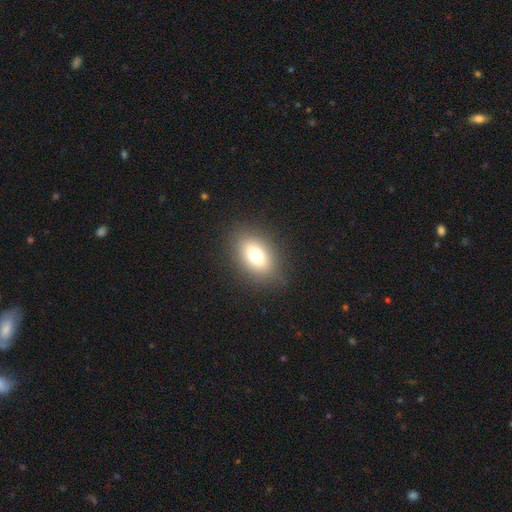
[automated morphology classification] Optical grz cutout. It shows a smooth galaxy with no disk features (73%) that is in between round and cigar-shaped (79%). Merging: none (84%).